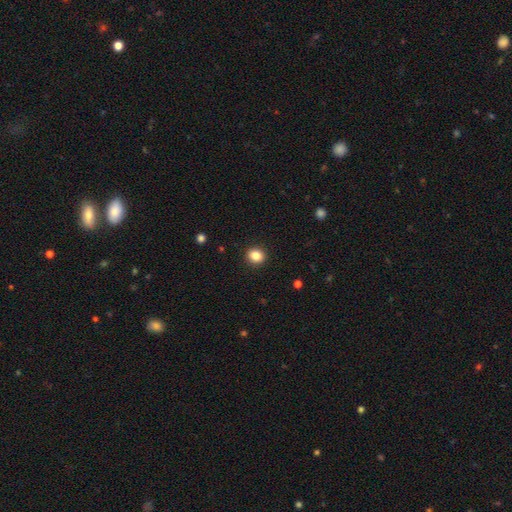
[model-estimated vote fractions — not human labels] smooth 85%, star or artifact 10%, featured or disk 5%. Down the decision tree: how rounded — round (75%); merging — none (92%).